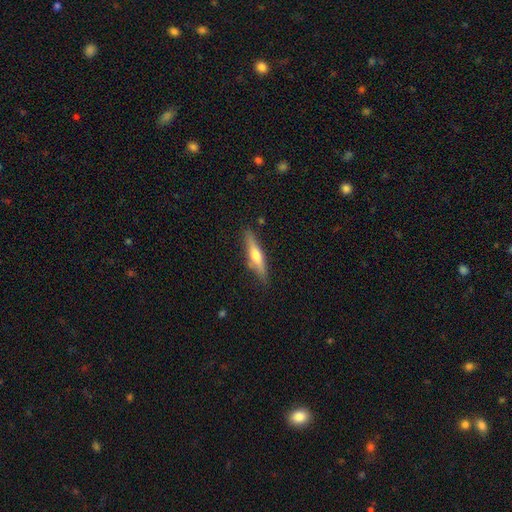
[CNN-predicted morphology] Smooth or featured? Predicted: featured or disk (p=0.47, tied with smooth). Merging? Predicted: none (p=0.82).